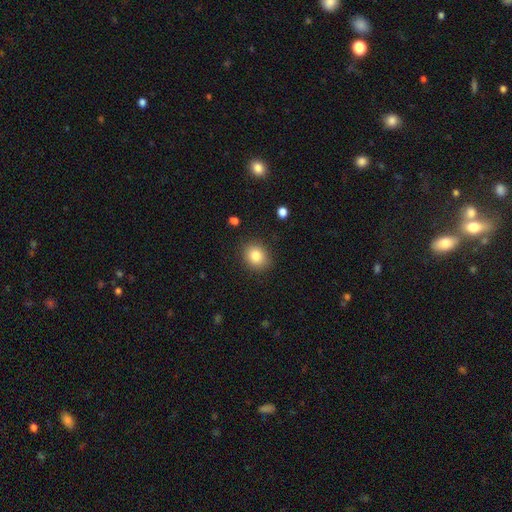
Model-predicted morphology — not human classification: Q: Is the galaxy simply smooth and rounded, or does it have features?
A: smooth — 83%.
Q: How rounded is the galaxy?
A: round — 64%.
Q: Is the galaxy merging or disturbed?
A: none — 88%.